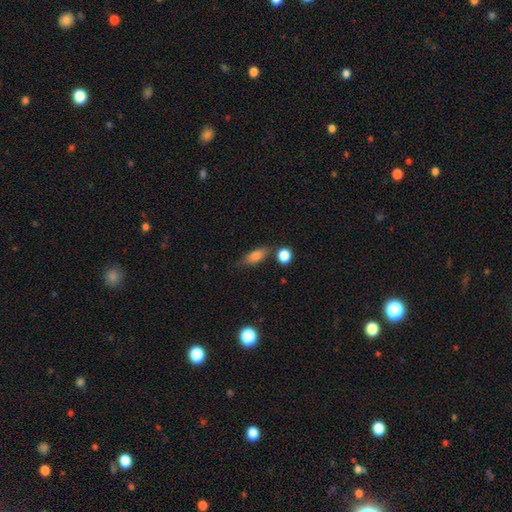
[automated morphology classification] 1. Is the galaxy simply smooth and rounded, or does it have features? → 77% smooth, 14% featured or disk, 9% star or artifact.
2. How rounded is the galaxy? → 75% in between, 17% cigar-shaped, 8% round.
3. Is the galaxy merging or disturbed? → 60% none, 23% minor disturbance, 9% merger, 7% major disturbance.